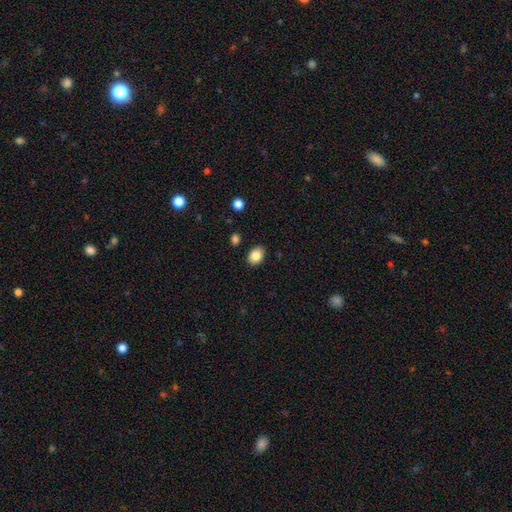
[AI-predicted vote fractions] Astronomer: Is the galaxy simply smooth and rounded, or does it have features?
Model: smooth — 86%.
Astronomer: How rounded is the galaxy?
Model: in between — 69%.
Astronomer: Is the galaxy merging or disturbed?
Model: none — 86%.